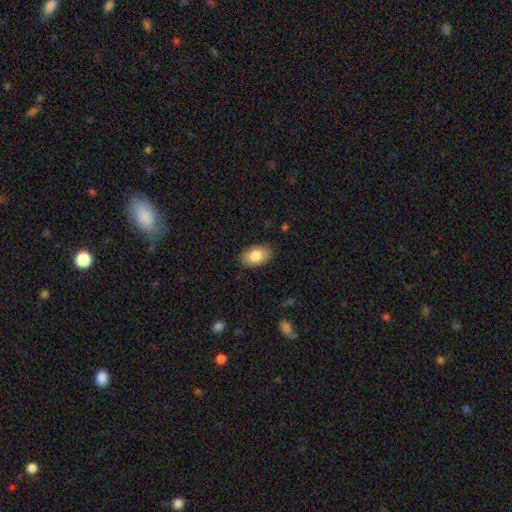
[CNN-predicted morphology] A smooth galaxy with no disk features (83%) that is in between round and cigar-shaped (90%). Merging: none (86%).